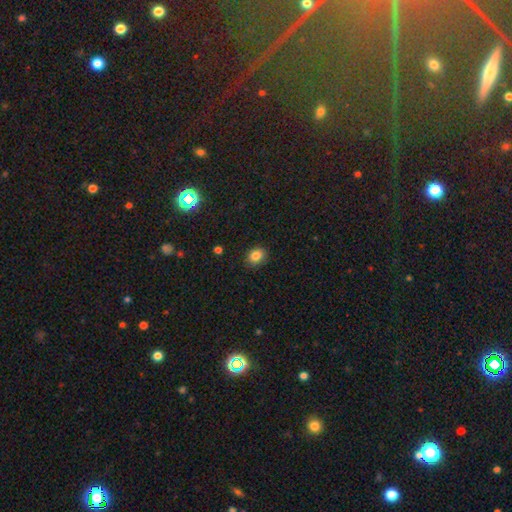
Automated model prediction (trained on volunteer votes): A smooth galaxy with no disk features (84%) that is in between round and cigar-shaped (54%).

Vote fractions:
- Smooth or featured? smooth: 84% / star or artifact: 10% / featured or disk: 6%
- How rounded? in between: 54% / round: 45% / cigar-shaped: 1%
- Merging? none: 88% / minor disturbance: 9% / major disturbance: 2% / merger: 1%